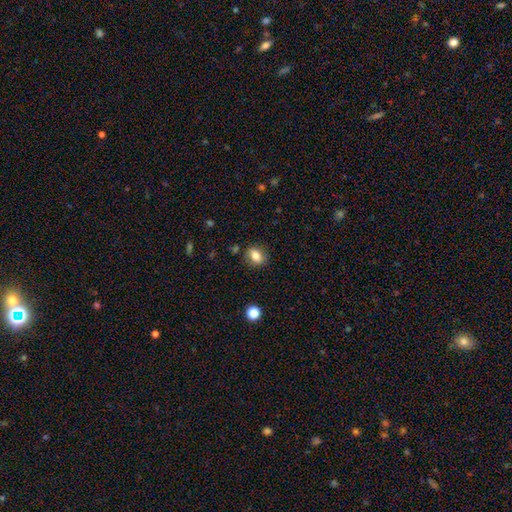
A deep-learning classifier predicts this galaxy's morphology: type=smooth (80%); roundness=in between (62%); merging=none (83%).